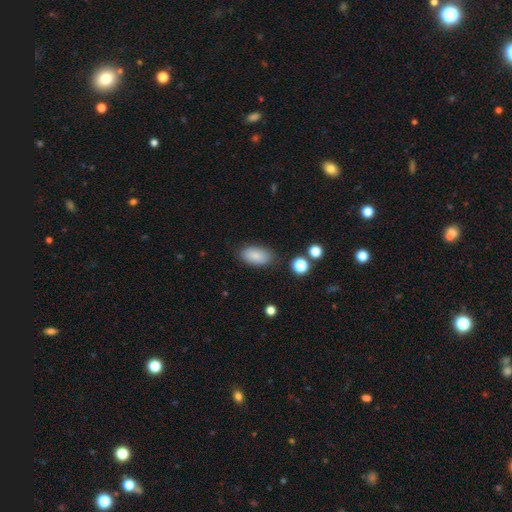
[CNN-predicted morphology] A smooth galaxy with no disk features (86%) that is in between round and cigar-shaped (93%).

Vote fractions:
- Smooth or featured? smooth: 86% / star or artifact: 8% / featured or disk: 6%
- How rounded? in between: 93% / round: 4% / cigar-shaped: 3%
- Merging? none: 81% / minor disturbance: 13% / major disturbance: 4% / merger: 2%